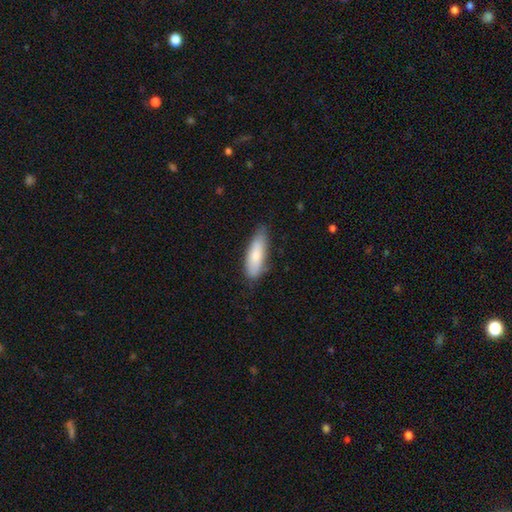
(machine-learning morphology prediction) type=smooth (79%); roundness=in between (54%); merging=none (73%).